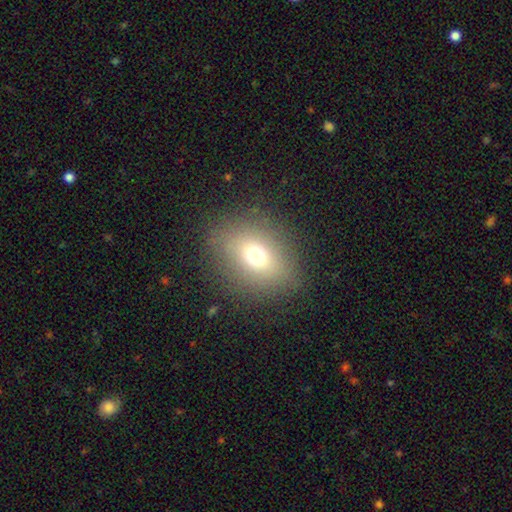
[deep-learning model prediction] A smooth galaxy with no disk features (68%) that is in between round and cigar-shaped (54%). Merging: none (84%).